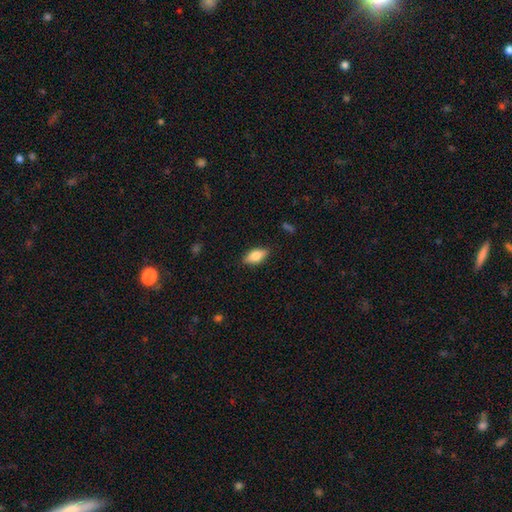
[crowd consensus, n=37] Smooth or featured? 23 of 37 (62%) said smooth. How rounded? 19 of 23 (83%) said in between. Merging? 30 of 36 (83%) said none.